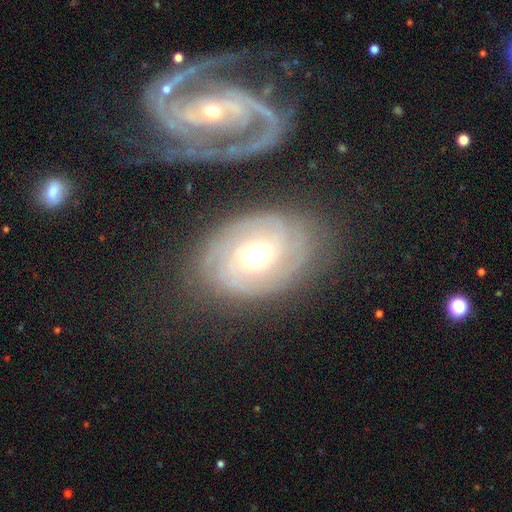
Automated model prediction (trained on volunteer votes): Morphology: type=featured or disk (79%); edge-on=no (96%); bar=no (74%); spiral arms=yes (92%); winding=tight (70%); arm count=can't tell (35%); bulge=moderate (68%); merging=none (75%).